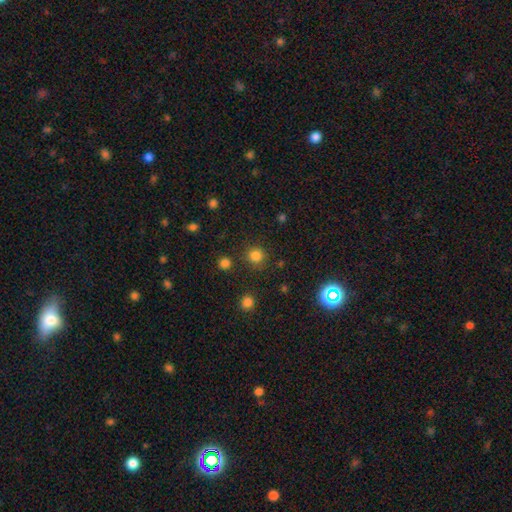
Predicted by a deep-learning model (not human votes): This appears to be a smooth galaxy with no disk features (81%) that is round (93%). Merging: none (87%).